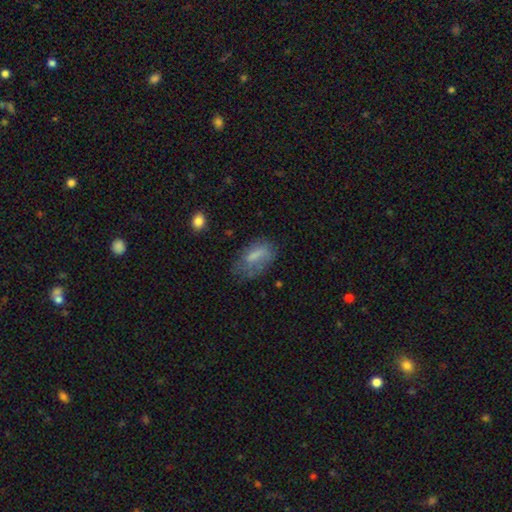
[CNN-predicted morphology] Smooth or featured? Predicted: smooth (p=0.66). How rounded? Predicted: in between (p=0.86). Merging? Predicted: none (p=0.48).